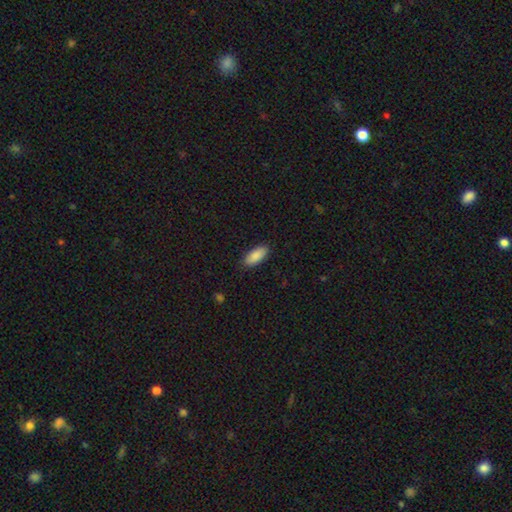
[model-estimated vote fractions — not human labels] A smooth galaxy with no disk features (89%) that is in between round and cigar-shaped (84%). Merging: none (88%).